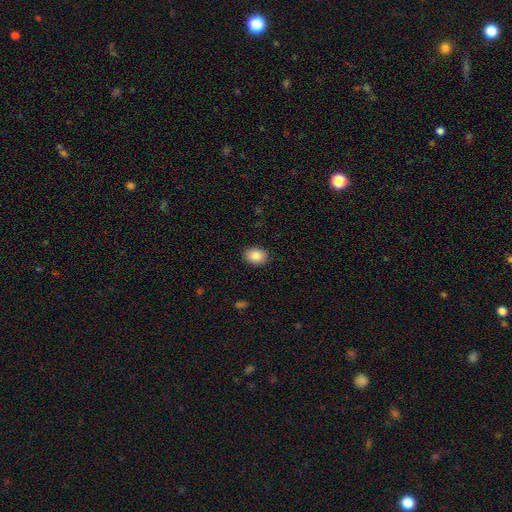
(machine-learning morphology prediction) Smooth or featured? Predicted: smooth (p=0.86). How rounded? Predicted: in between (p=0.61). Merging? Predicted: none (p=0.89).